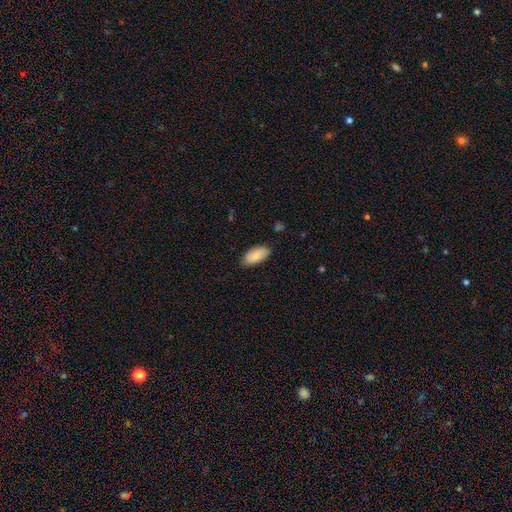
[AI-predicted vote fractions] This appears to be a smooth galaxy with no disk features (85%) that is in between round and cigar-shaped (93%). Merging: none (83%).